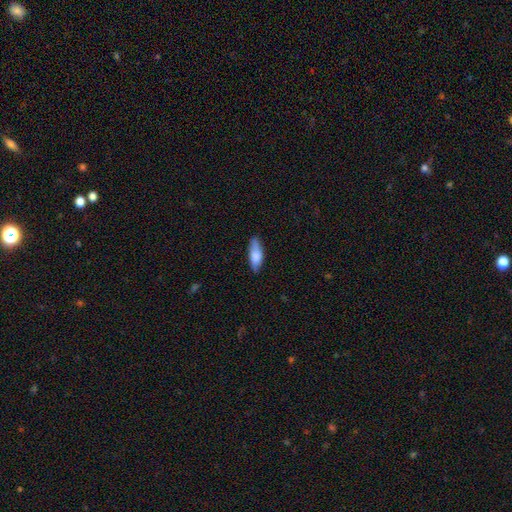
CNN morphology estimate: Q: Smooth or featured?
A: smooth (74%); runner-up: featured or disk (20%)
Q: How rounded?
A: in between (63%); runner-up: cigar-shaped (35%)
Q: Merging?
A: none (81%); runner-up: minor disturbance (15%)